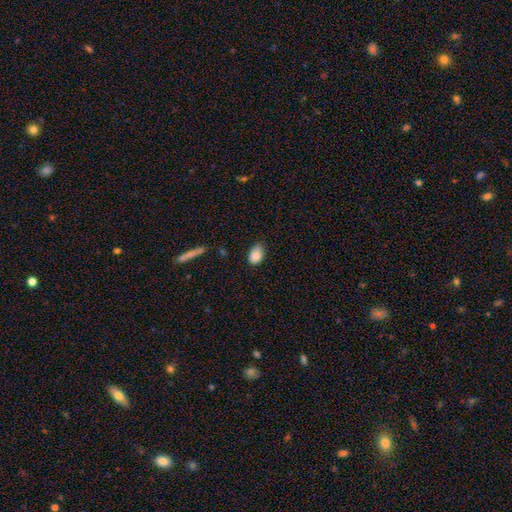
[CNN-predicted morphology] Overall: smooth (87%). How rounded: in between (83%). Merging: none (70%).